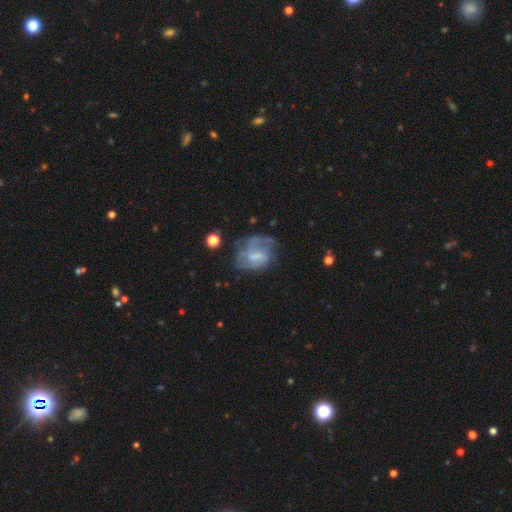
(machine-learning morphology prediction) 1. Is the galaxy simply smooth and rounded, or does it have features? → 53% featured or disk, 36% smooth, 10% star or artifact.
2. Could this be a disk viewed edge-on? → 97% no, 3% yes.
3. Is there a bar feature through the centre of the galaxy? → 44% no, 43% weak, 13% strong.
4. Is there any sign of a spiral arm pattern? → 55% no, 45% yes.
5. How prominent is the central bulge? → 37% none, 29% small, 27% moderate, 6% large, 1% dominant.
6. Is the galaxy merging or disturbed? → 41% none, 28% major disturbance, 25% minor disturbance, 6% merger.